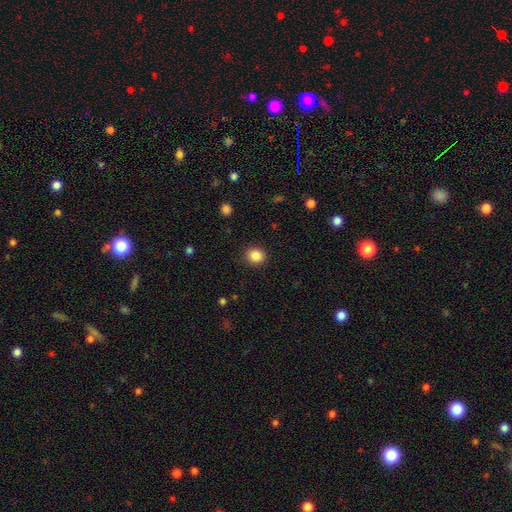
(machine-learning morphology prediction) Smooth or featured?
  - smooth: 85% *
  - star or artifact: 10%
  - featured or disk: 4%
How rounded?
  - round: 80% *
  - in between: 20%
  - cigar-shaped: 1%
Merging?
  - none: 90% *
  - minor disturbance: 7%
  - major disturbance: 2%
  - merger: 1%